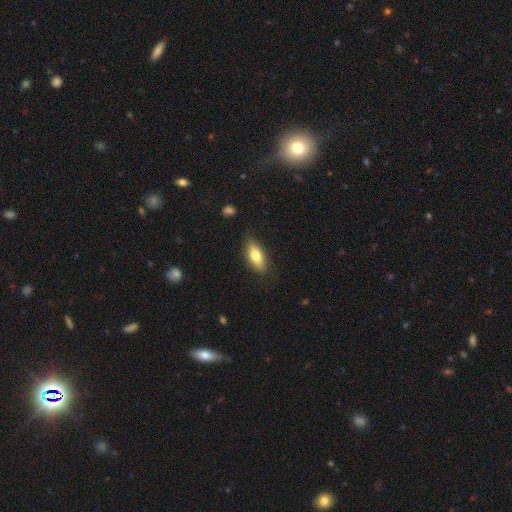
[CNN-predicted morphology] type=smooth (75%); roundness=in between (78%); merging=none (84%).